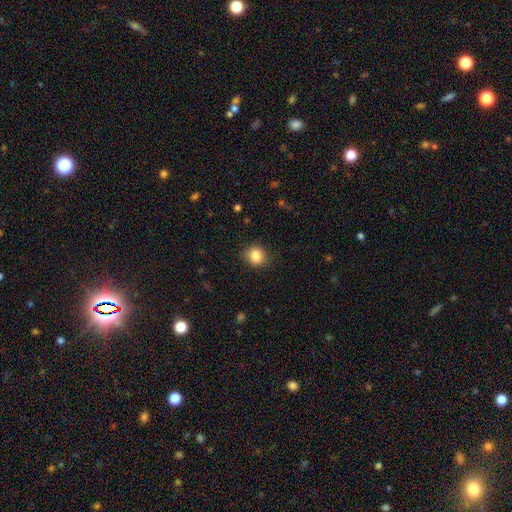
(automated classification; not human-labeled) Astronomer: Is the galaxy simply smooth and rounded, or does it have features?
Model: smooth — 85%.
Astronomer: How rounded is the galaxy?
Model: round — 68%.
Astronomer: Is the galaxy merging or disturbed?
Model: none — 84%.